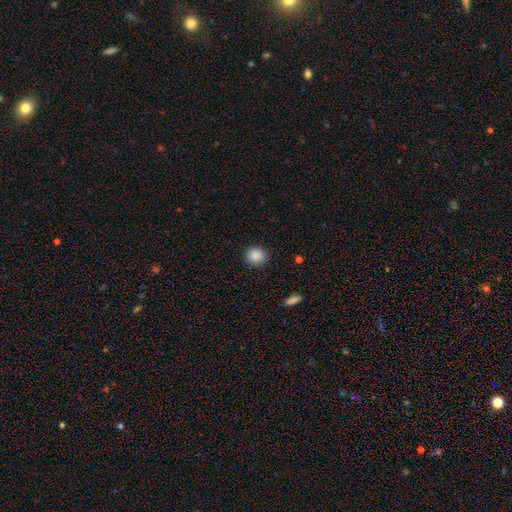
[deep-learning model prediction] This is clearly a smooth galaxy (88%). How rounded: clearly round (86%). Merging: clearly none (90%).